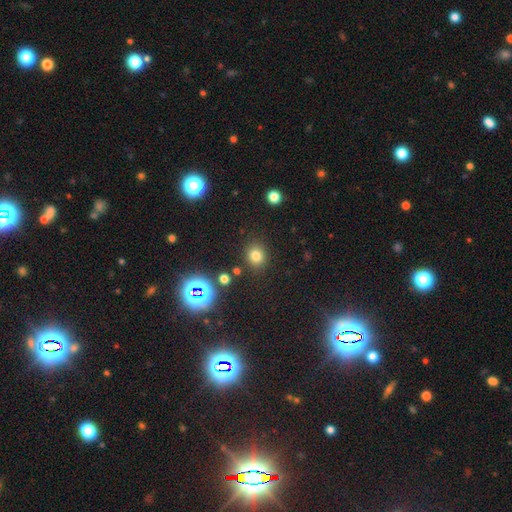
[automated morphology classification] This appears to be a smooth galaxy with no disk features (75%) that is round (78%). Merging: none (85%).